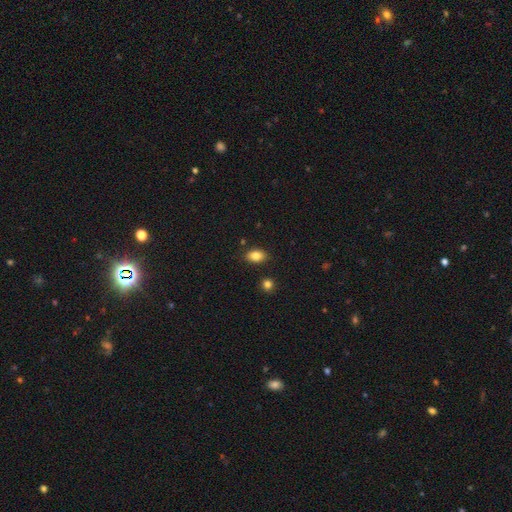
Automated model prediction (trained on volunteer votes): smooth 85%, star or artifact 9%, featured or disk 7%. Down the decision tree: how rounded — in between (86%); merging — none (84%).